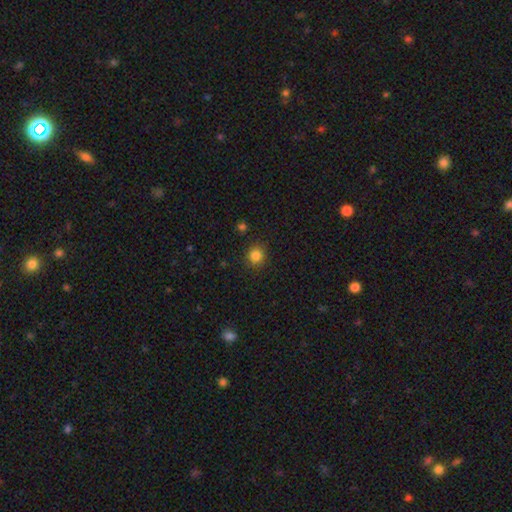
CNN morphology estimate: smooth-or-featured: smooth: 83% | star or artifact: 12% | featured or disk: 4%
  how-rounded: round: 89% | in between: 10% | cigar-shaped: 1%
  merging: none: 89% | minor disturbance: 7% | major disturbance: 2% | merger: 2%